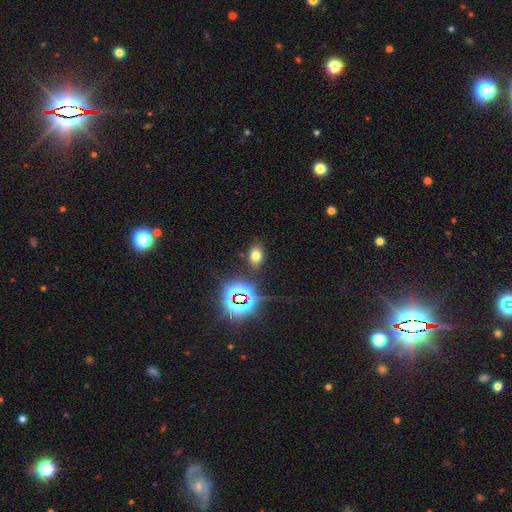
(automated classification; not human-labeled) Smooth or featured: smooth — 64% (star or artifact — 27%)
How rounded: in between — 76% (round — 22%)
Merging: none — 83% (minor disturbance — 10%)